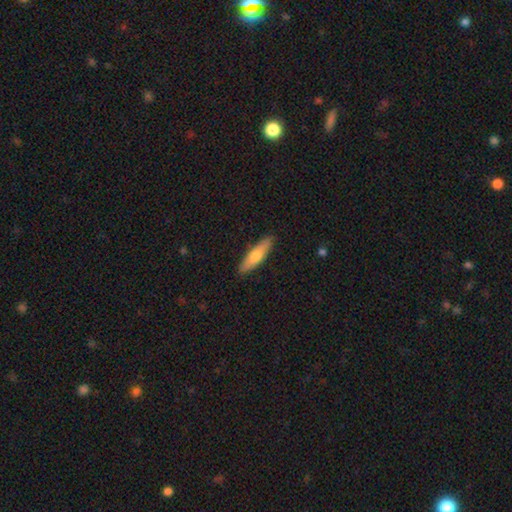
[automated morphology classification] type=smooth (61%); roundness=cigar-shaped (72%); merging=none (90%).